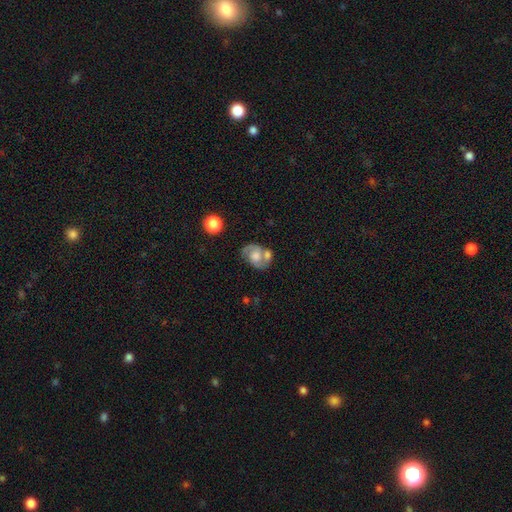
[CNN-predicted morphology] This is likely a featured or disk galaxy (63%). It is clearly not viewed edge-on (97%). Bar: likely no (69%). Spiral arm pattern: likely yes (78%). Central bulge: marginally moderate (41%). Merging: marginally none (42%).